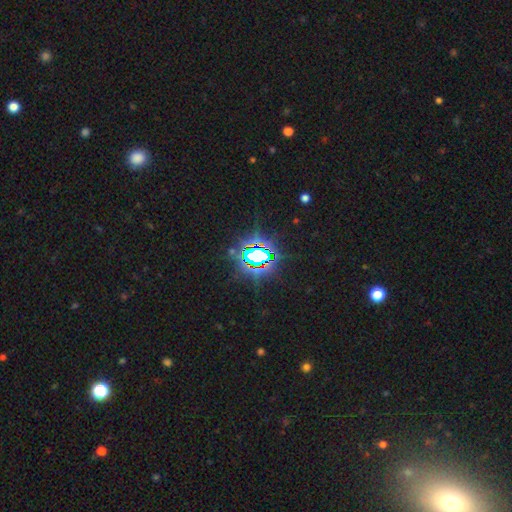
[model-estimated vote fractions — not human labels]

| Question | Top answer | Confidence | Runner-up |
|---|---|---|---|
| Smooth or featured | star or artifact | 76% | smooth (13%) |